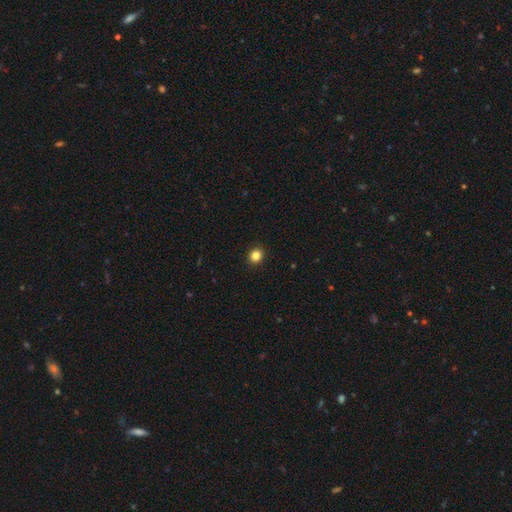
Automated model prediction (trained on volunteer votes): Smooth or featured? Predicted: smooth (p=0.84). How rounded? Predicted: round (p=0.82). Merging? Predicted: none (p=0.93).